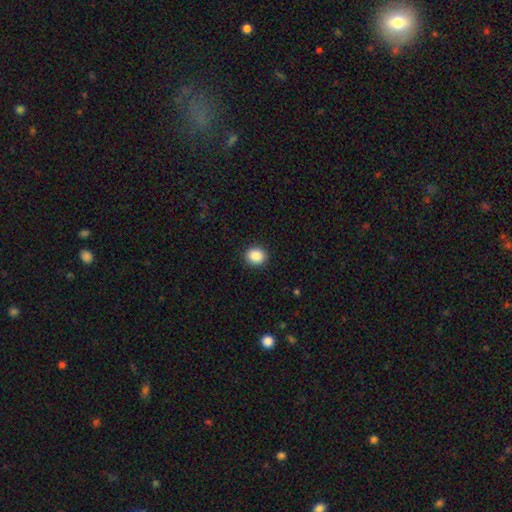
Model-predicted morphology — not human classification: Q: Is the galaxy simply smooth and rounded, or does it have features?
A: smooth — 88%.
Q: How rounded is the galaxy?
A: round — 76%.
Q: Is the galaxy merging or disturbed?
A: none — 91%.